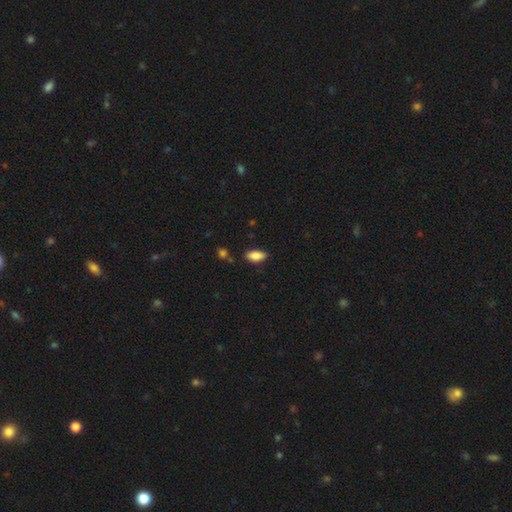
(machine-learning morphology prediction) This appears to be a smooth galaxy with no disk features (88%) that is in between round and cigar-shaped (92%). Merging: none (82%).